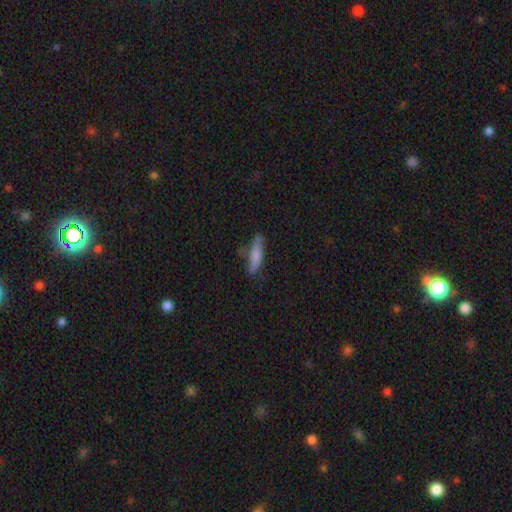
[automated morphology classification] type=smooth (72%); roundness=cigar-shaped (75%); merging=none (66%).